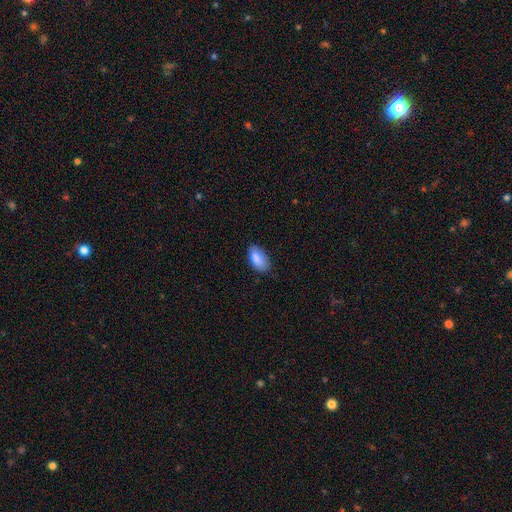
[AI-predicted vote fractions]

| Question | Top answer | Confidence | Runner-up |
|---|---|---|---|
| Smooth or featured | smooth | 86% | featured or disk (7%) |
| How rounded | in between | 93% | round (3%) |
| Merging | none | 73% | minor disturbance (22%) |